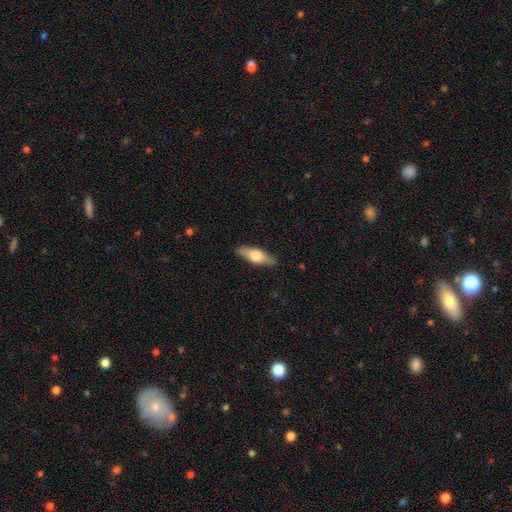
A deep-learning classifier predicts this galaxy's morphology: Overall: smooth (58%; featured or disk 36%). How rounded: in between (57%; cigar-shaped 40%). Merging: none (86%).